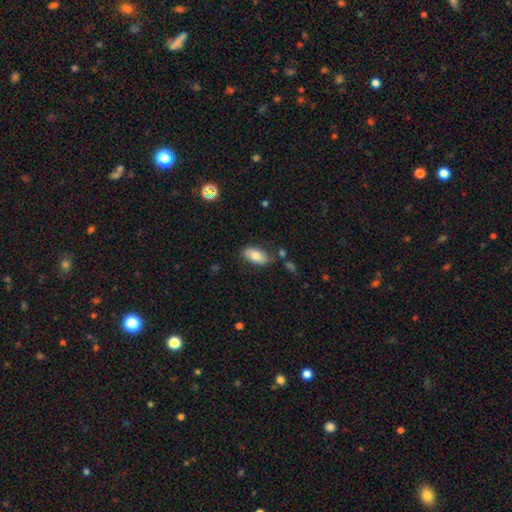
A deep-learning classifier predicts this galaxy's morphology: smooth 74%, featured or disk 19%, star or artifact 7%. Down the decision tree: how rounded — in between (92%); merging — none (76%).